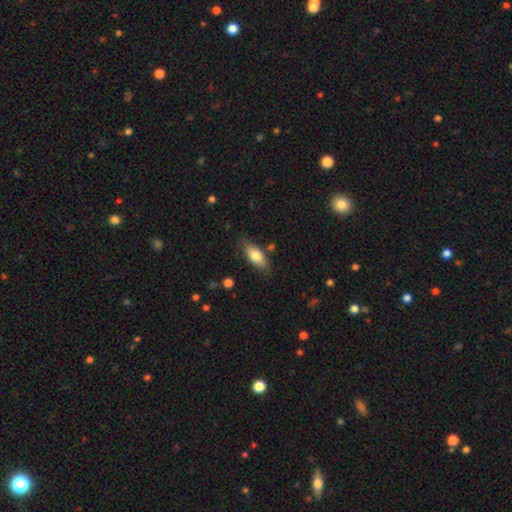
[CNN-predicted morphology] Smooth or featured? Predicted: smooth (p=0.76). How rounded? Predicted: in between (p=0.81). Merging? Predicted: none (p=0.75).